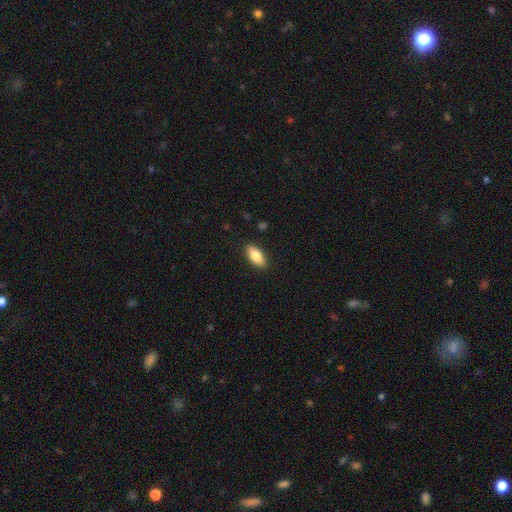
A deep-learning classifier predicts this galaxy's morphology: Overall: smooth (83%). How rounded: in between (86%). Merging: none (88%).